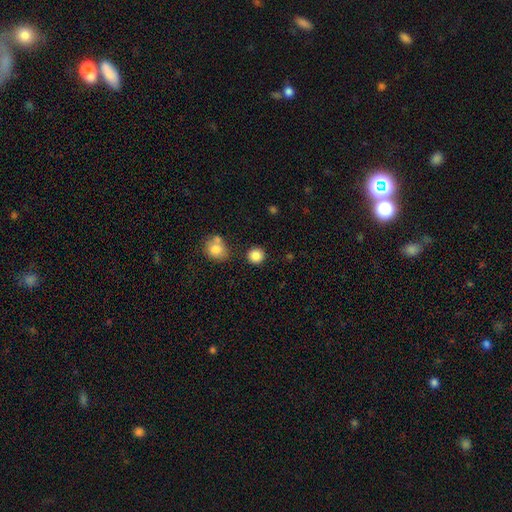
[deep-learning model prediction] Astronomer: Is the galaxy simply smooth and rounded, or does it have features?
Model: smooth — 86%.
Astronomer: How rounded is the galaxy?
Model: round — 92%.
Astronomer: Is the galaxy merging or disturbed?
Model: none — 85%.